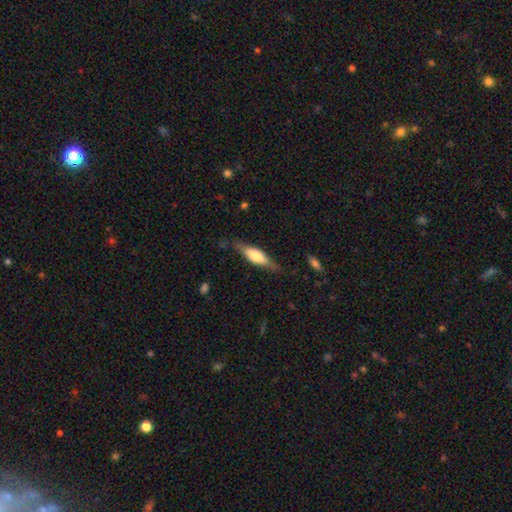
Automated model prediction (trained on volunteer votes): Smooth or featured: smooth — 47% (tied with featured or disk — 47%)
Merging: none — 77% (minor disturbance — 17%)